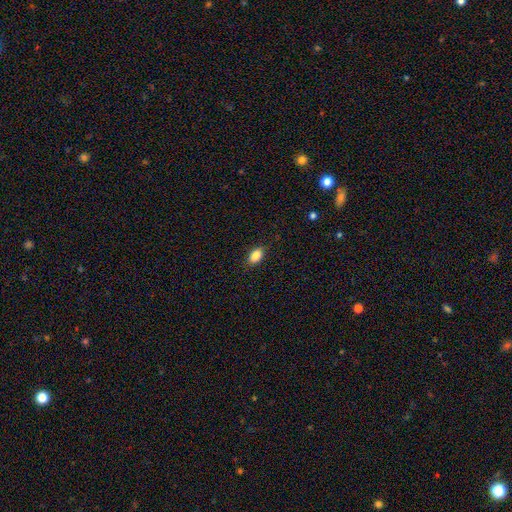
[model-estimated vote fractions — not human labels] This appears to be a smooth galaxy with no disk features (86%) that is in between round and cigar-shaped (88%). Merging: none (87%).